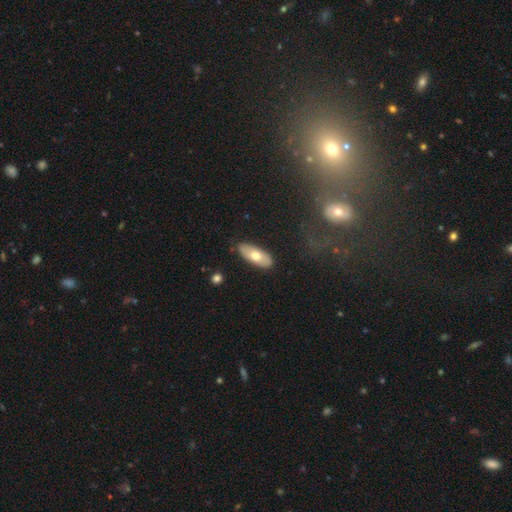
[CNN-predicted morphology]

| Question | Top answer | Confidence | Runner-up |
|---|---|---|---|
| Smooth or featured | smooth | 64% | featured or disk (31%) |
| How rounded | in between | 81% | cigar-shaped (16%) |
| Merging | none | 86% | minor disturbance (11%) |